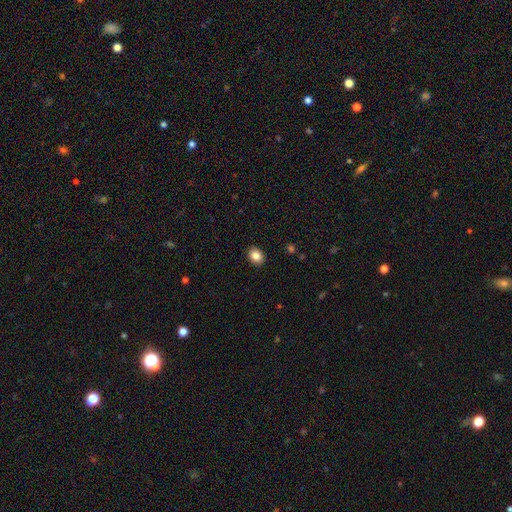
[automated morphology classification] Overall: smooth (86%). How rounded: in between (58%; round 41%). Merging: none (90%).